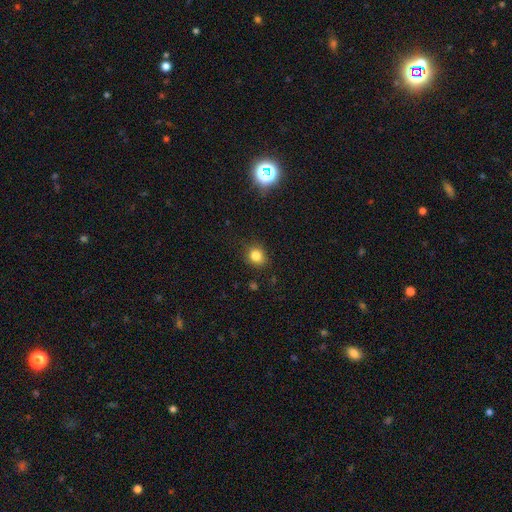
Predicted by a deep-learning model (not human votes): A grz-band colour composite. It shows a smooth galaxy with no disk features (82%) that is round (74%). Merging: none (85%).